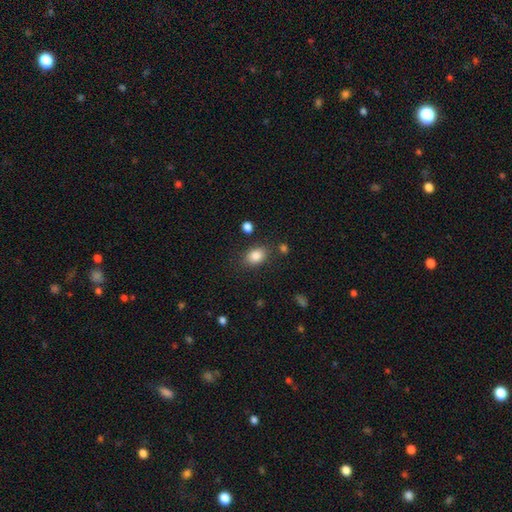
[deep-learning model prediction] Q: Smooth or featured?
A: smooth (86%); runner-up: star or artifact (9%)
Q: How rounded?
A: in between (74%); runner-up: round (25%)
Q: Merging?
A: none (79%); runner-up: minor disturbance (13%)